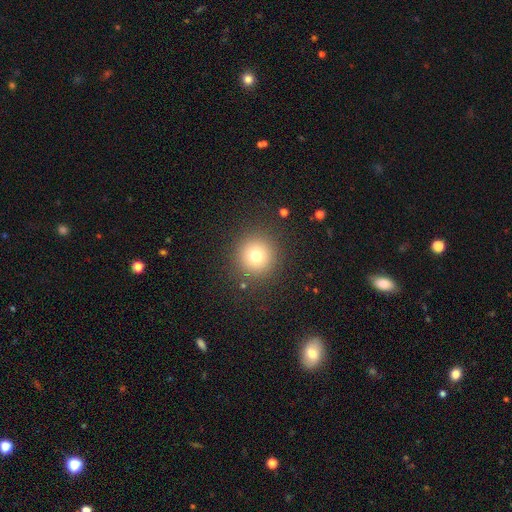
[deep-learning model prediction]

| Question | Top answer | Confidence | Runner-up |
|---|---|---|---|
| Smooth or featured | smooth | 74% | star or artifact (15%) |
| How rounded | round | 94% | in between (5%) |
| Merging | none | 88% | minor disturbance (7%) |